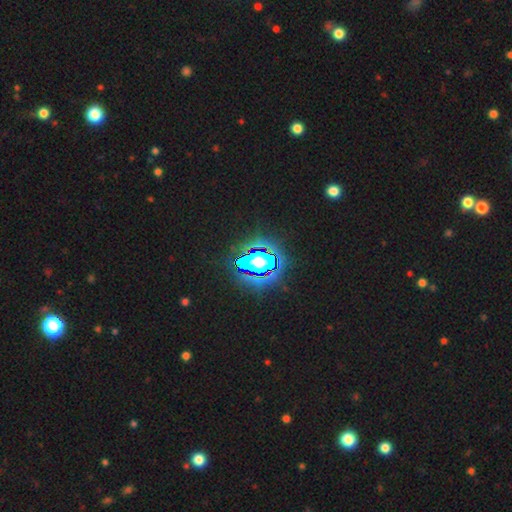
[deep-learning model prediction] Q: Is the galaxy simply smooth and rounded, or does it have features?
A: star or artifact — 82%.